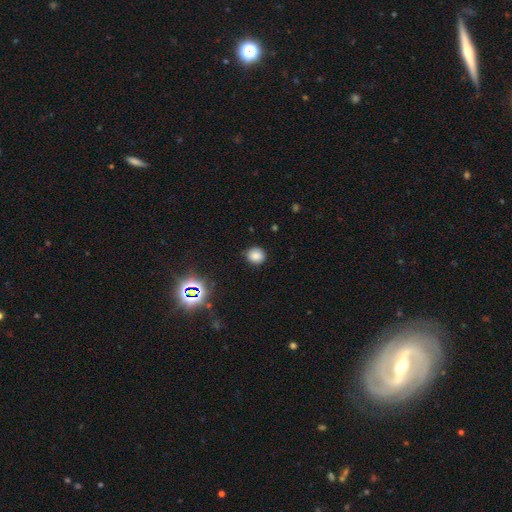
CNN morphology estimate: Overall: smooth (81%). How rounded: round (82%). Merging: none (86%).